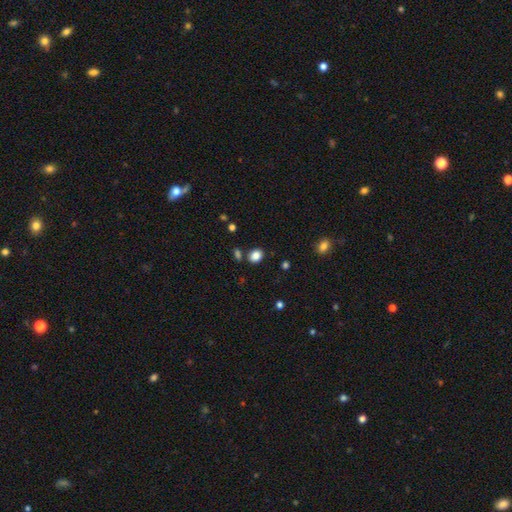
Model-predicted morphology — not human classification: smooth-or-featured: smooth: 85% | star or artifact: 10% | featured or disk: 5%
  how-rounded: in between: 55% | round: 44% | cigar-shaped: 1%
  merging: none: 79% | minor disturbance: 10% | merger: 8% | major disturbance: 3%